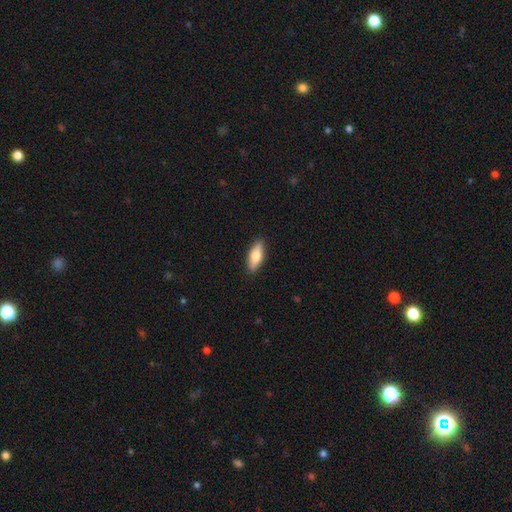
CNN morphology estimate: Smooth or featured: smooth — 69% (featured or disk — 25%)
How rounded: in between — 68% (cigar-shaped — 29%)
Merging: none — 89% (minor disturbance — 8%)